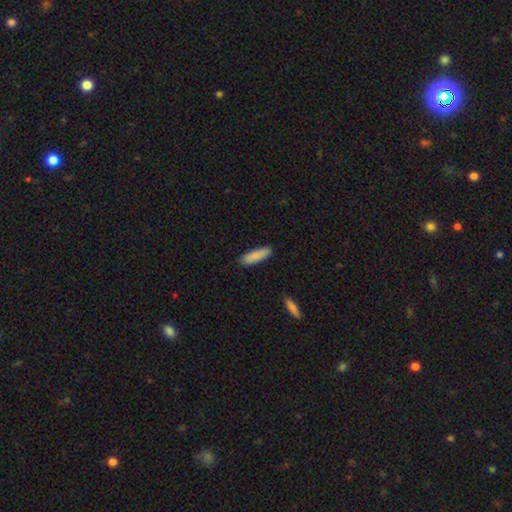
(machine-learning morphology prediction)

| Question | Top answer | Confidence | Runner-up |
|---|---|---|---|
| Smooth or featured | smooth | 87% | featured or disk (7%) |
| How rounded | cigar-shaped | 64% | in between (35%) |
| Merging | none | 88% | minor disturbance (9%) |